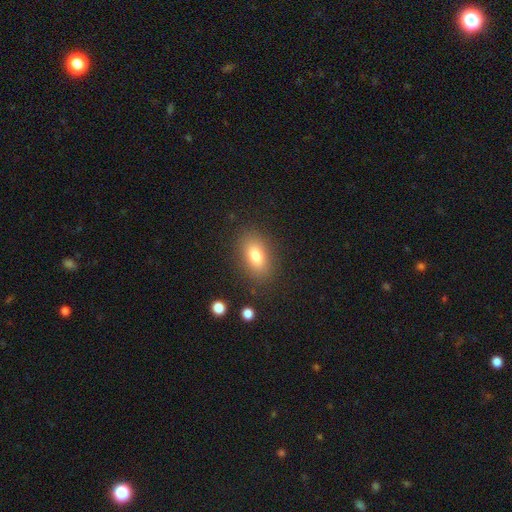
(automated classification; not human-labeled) The model was most divided on "smooth or featured": smooth: 79%, featured or disk: 11%, star or artifact: 9%. More confident: how rounded — in between (87%); merging — none (85%).